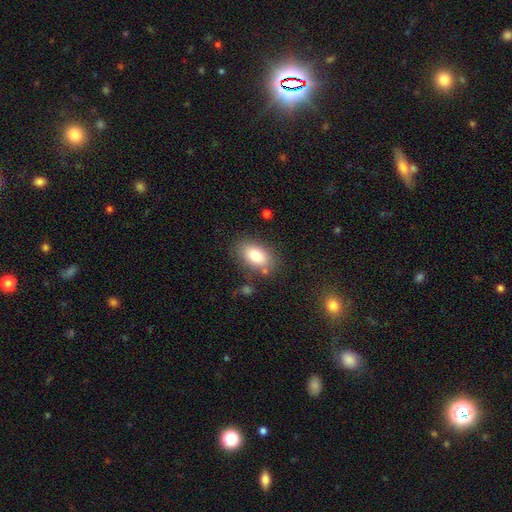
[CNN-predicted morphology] The model was most divided on "merging": none: 77%, minor disturbance: 14%, major disturbance: 5%, merger: 5%. More confident: how rounded — in between (89%); smooth or featured — smooth (81%).